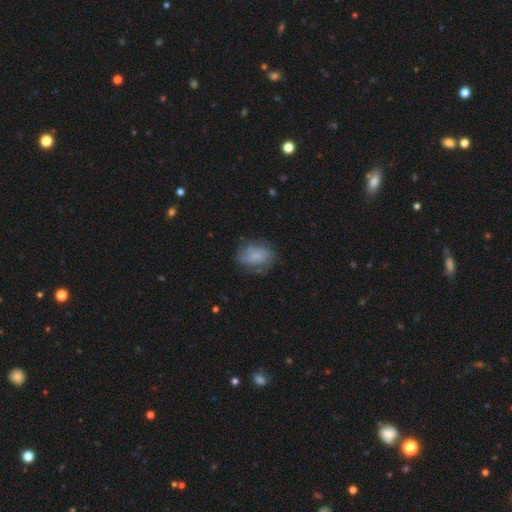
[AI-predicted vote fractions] Overall: smooth (65%; featured or disk 26%). How rounded: in between (75%). Merging: none (65%).